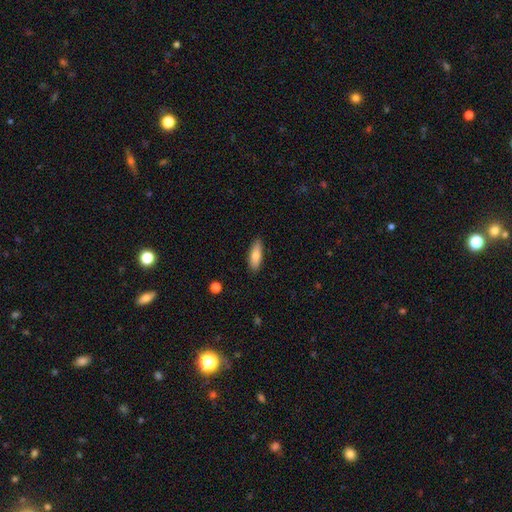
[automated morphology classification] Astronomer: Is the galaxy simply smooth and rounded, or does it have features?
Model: smooth — 80%.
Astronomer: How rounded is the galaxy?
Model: in between — 64%.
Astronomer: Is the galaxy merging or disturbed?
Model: none — 86%.